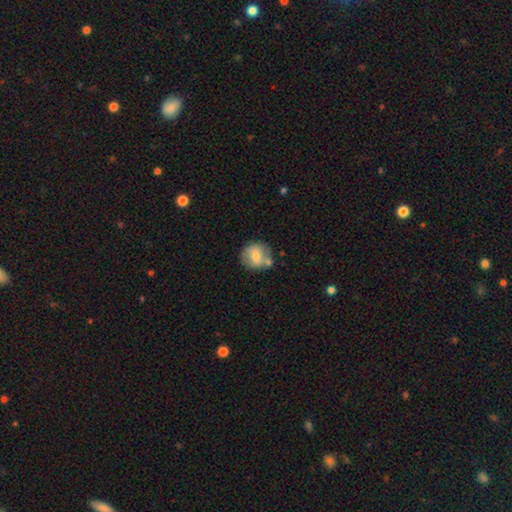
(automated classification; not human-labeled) A smooth galaxy with no disk features (68%) that is round (81%). Merging: none (62%).